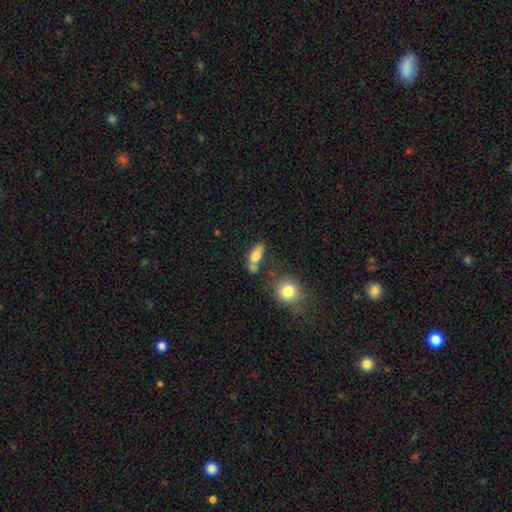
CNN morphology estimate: Smooth or featured: smooth — 76% (featured or disk — 15%)
How rounded: in between — 75% (cigar-shaped — 17%)
Merging: none — 47% (merger — 27%)